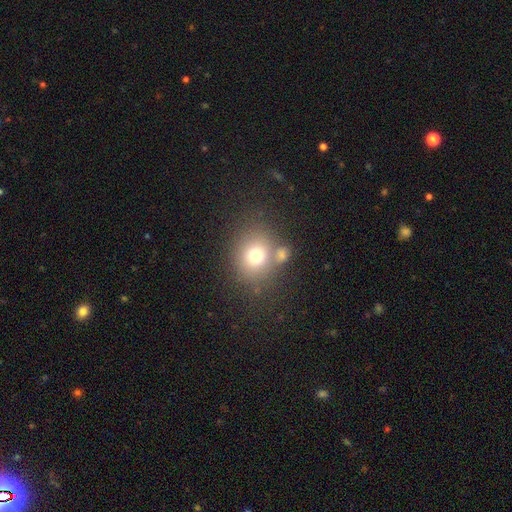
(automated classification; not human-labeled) smooth 72%, star or artifact 14%, featured or disk 14%. Down the decision tree: how rounded — round (72%); merging — none (62%).